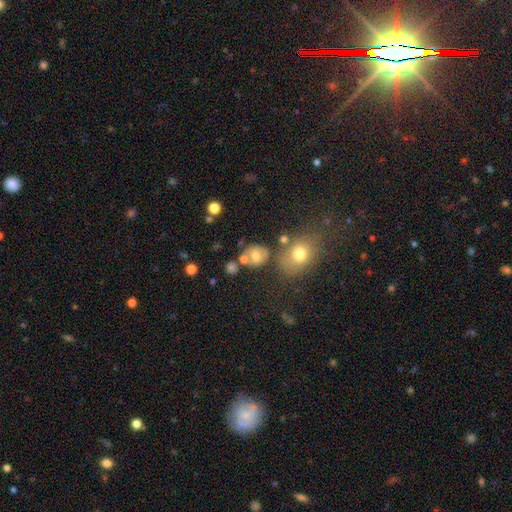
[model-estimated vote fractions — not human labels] This appears to be a smooth galaxy with no disk features (67%) that is round (54%). Merging: none (61%).